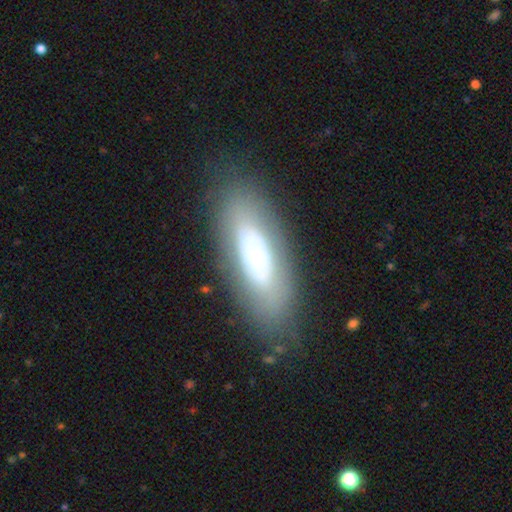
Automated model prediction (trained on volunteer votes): Smooth or featured? featured or disk (47%)
Merging? none (77%)